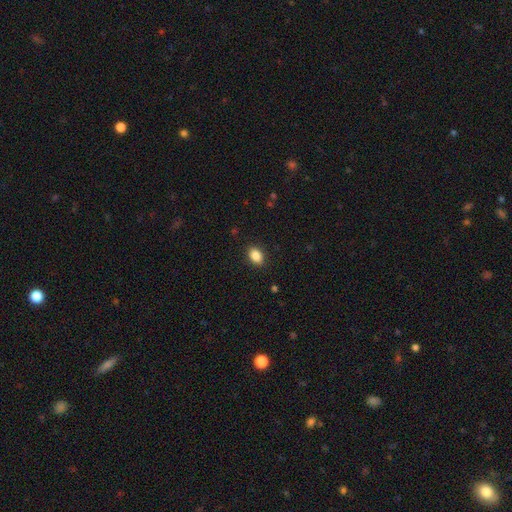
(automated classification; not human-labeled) Smooth or featured?
  - smooth: 87% *
  - star or artifact: 9%
  - featured or disk: 4%
How rounded?
  - in between: 81% *
  - round: 18%
  - cigar-shaped: 1%
Merging?
  - none: 89% *
  - minor disturbance: 8%
  - major disturbance: 2%
  - merger: 1%